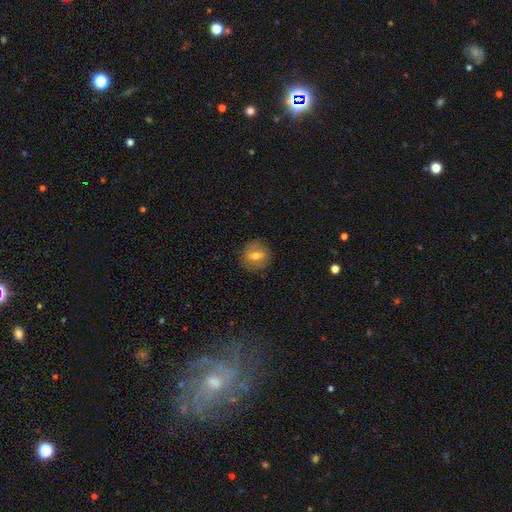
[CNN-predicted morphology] Overall: smooth (54%; featured or disk 36%). How rounded: round (83%). Merging: none (85%).